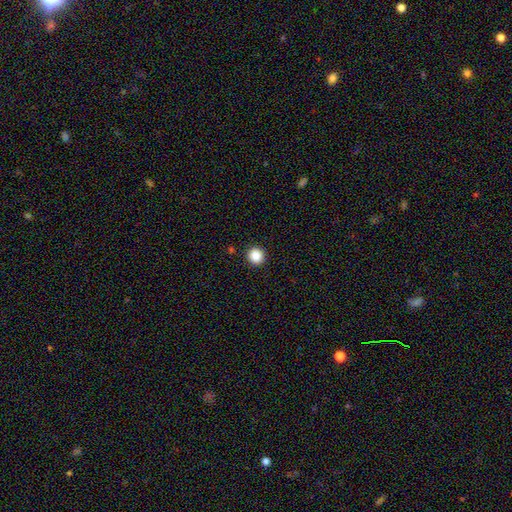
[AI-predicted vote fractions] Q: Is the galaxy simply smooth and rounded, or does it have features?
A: smooth — 87%.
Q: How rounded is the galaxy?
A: round — 94%.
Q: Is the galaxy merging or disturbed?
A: none — 93%.